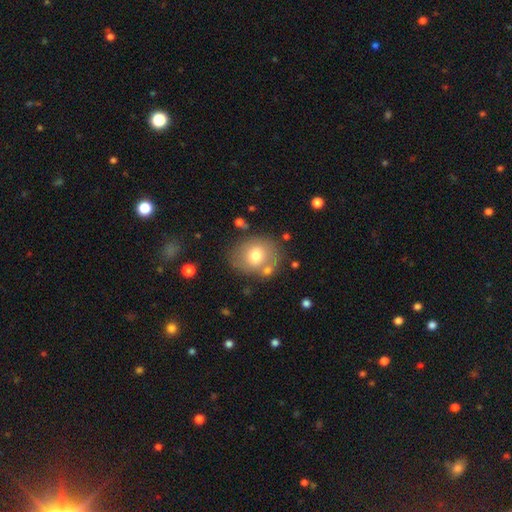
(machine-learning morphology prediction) Overall: smooth (69%). How rounded: round (60%; in between 39%). Merging: none (69%).